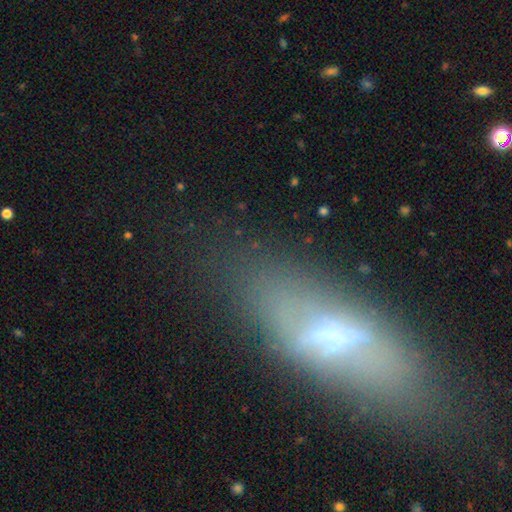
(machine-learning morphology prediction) Smooth or featured?
  - featured or disk: 49% *
  - smooth: 38%
  - star or artifact: 13%
Merging?
  - none: 61% *
  - minor disturbance: 20%
  - major disturbance: 15%
  - merger: 4%